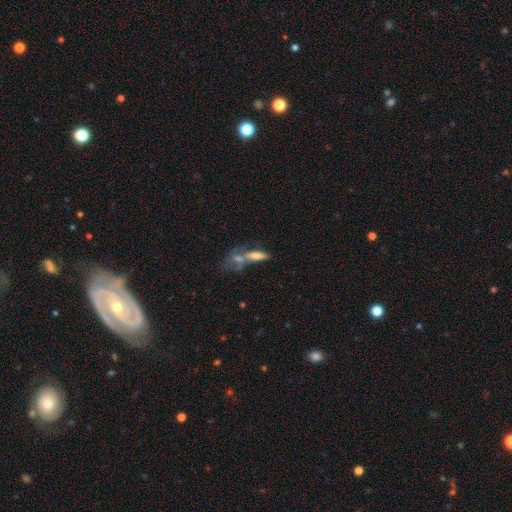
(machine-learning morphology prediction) smooth-or-featured: smooth: 62% | featured or disk: 28% | star or artifact: 10%
  how-rounded: in between: 55% | cigar-shaped: 41% | round: 4%
  merging: merger: 51% | none: 30% | minor disturbance: 11% | major disturbance: 8%